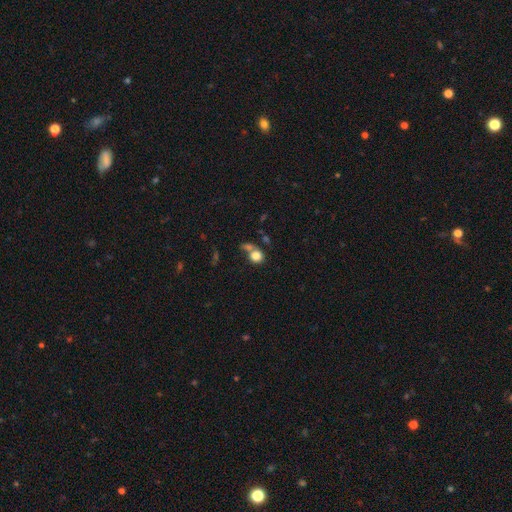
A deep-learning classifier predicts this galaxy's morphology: type=smooth (80%); roundness=round (79%); merging=none (45%).